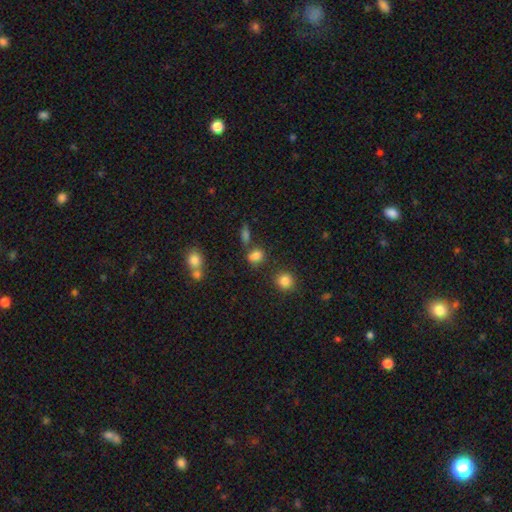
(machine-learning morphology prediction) Smooth or featured? smooth (80%)
How rounded? in between (53%)
Merging? none (67%)